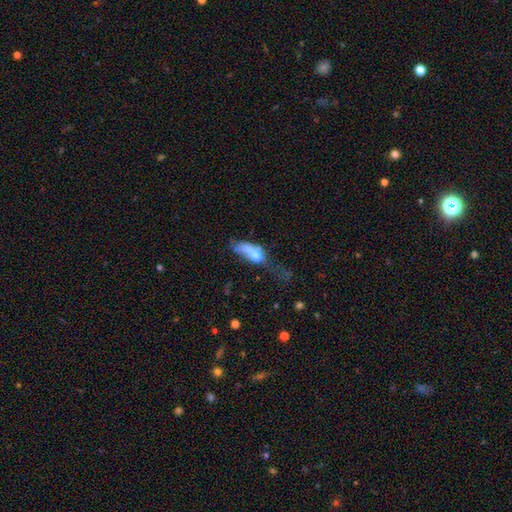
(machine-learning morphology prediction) Smooth or featured: smooth — 60% (featured or disk — 30%)
How rounded: in between — 70% (cigar-shaped — 21%)
Merging: major disturbance — 40% (merger — 24%)